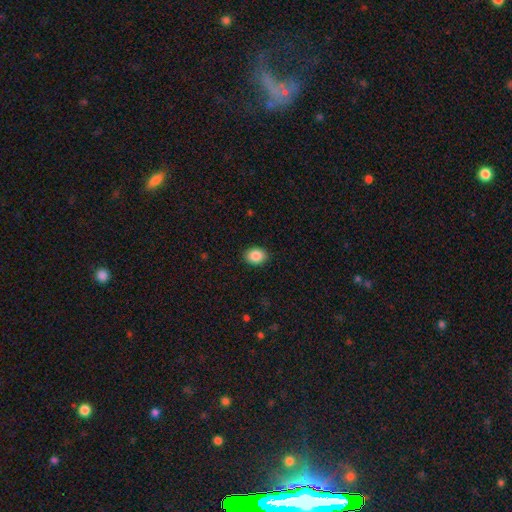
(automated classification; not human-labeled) Q: Smooth or featured?
A: smooth (87%); runner-up: star or artifact (8%)
Q: How rounded?
A: in between (60%); runner-up: round (39%)
Q: Merging?
A: none (90%); runner-up: minor disturbance (7%)